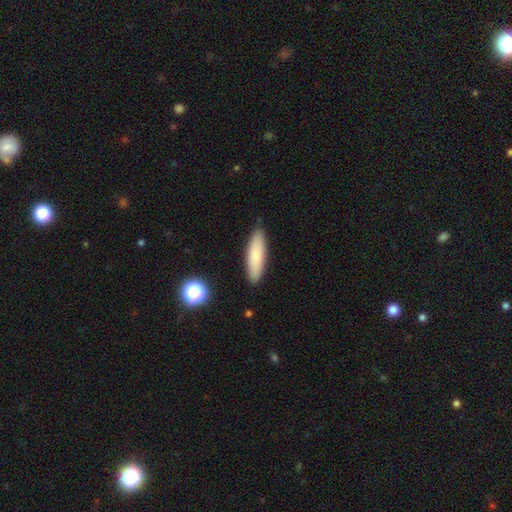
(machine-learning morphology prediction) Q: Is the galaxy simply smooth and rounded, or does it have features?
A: smooth — 80%.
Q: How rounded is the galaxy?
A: cigar-shaped — 63%.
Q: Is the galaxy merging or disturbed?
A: none — 88%.